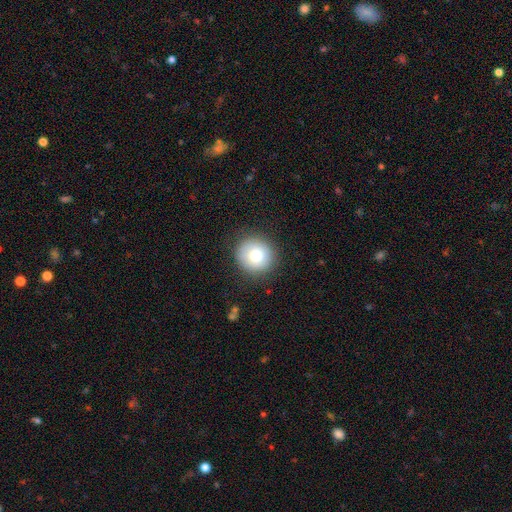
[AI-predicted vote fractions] A smooth galaxy with no disk features (76%) that is round (92%).

Vote fractions:
- Smooth or featured? smooth: 76% / featured or disk: 15% / star or artifact: 10%
- How rounded? round: 92% / in between: 7% / cigar-shaped: 1%
- Merging? none: 86% / minor disturbance: 9% / major disturbance: 3% / merger: 1%